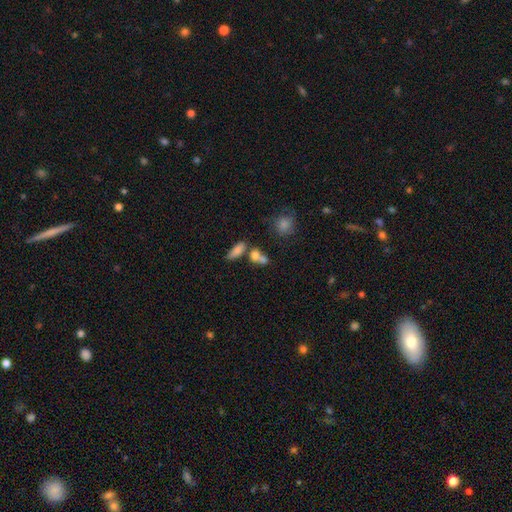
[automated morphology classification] Smooth or featured: smooth — 73% (featured or disk — 16%)
How rounded: in between — 61% (round — 22%)
Merging: merger — 46% (none — 37%)